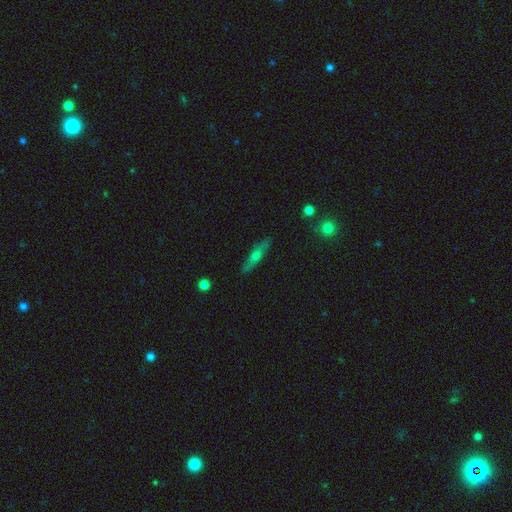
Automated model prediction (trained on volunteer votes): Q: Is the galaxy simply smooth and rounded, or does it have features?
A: featured or disk — 52%.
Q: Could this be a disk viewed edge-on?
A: yes — 87%.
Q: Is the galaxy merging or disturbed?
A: none — 85%.